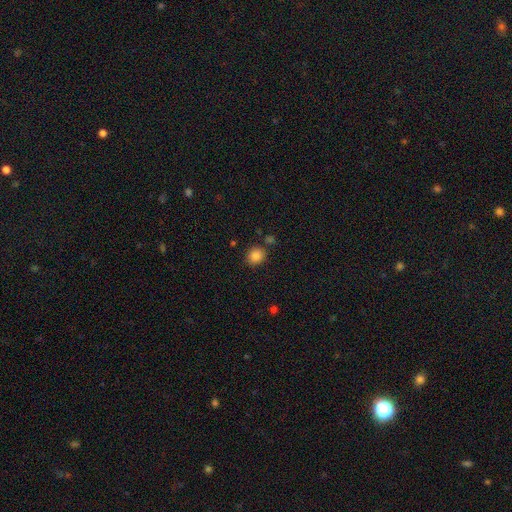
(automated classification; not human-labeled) smooth-or-featured: smooth: 84% | star or artifact: 10% | featured or disk: 5%
  how-rounded: round: 80% | in between: 19% | cigar-shaped: 1%
  merging: none: 83% | minor disturbance: 9% | merger: 5% | major disturbance: 3%